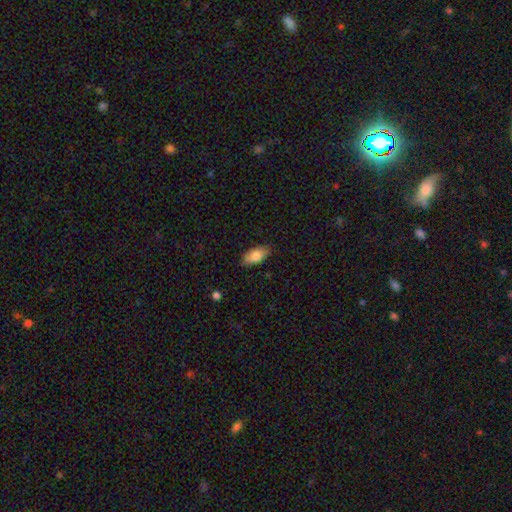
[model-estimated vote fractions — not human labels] Smooth or featured? smooth (81%)
How rounded? in between (89%)
Merging? none (83%)